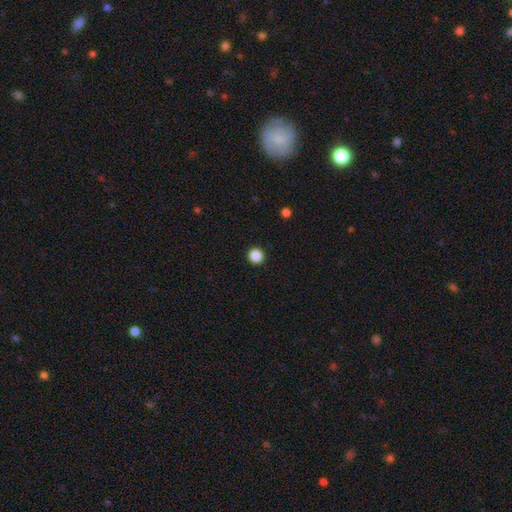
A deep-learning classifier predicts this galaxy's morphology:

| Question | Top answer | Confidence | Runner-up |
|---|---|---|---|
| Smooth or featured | smooth | 87% | star or artifact (10%) |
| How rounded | round | 95% | in between (4%) |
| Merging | none | 93% | minor disturbance (4%) |